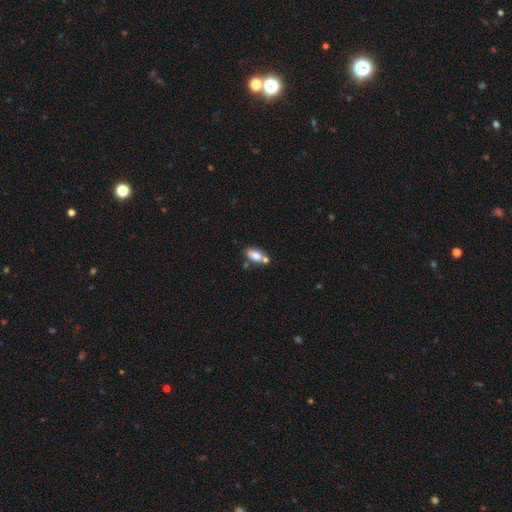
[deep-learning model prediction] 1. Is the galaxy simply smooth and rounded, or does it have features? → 79% smooth, 12% featured or disk, 9% star or artifact.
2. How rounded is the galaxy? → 88% in between, 6% round, 6% cigar-shaped.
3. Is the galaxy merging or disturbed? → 51% none, 29% merger, 15% minor disturbance, 5% major disturbance.